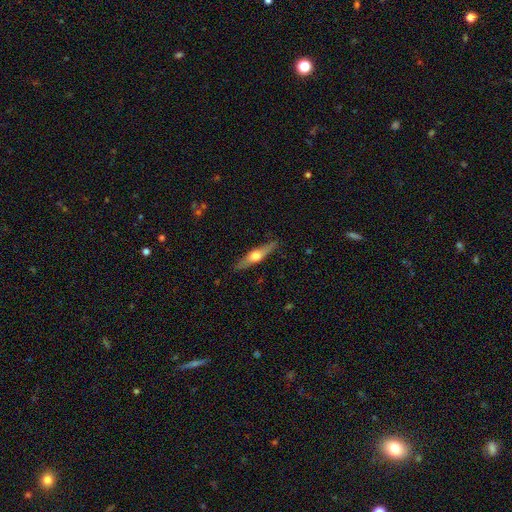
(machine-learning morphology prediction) Smooth or featured: featured or disk — 60% (smooth — 34%)
Edge-on disk: yes — 95% (no — 5%)
Edge-on bulge: rounded — 94% (boxy — 4%)
Merging: none — 87% (minor disturbance — 10%)